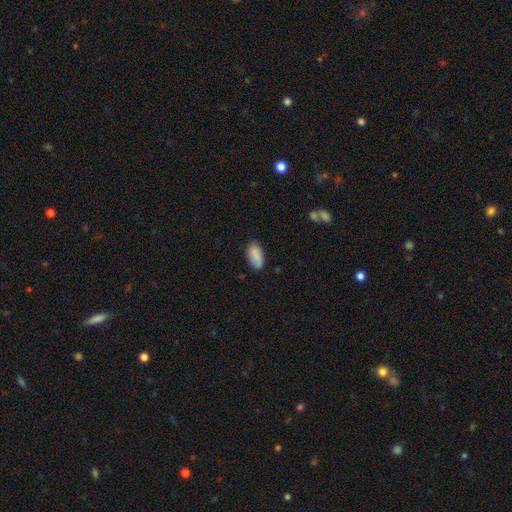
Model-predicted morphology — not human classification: The model was most divided on "merging": none: 80%, minor disturbance: 16%, major disturbance: 3%, merger: 2%. More confident: how rounded — in between (93%); smooth or featured — smooth (86%).